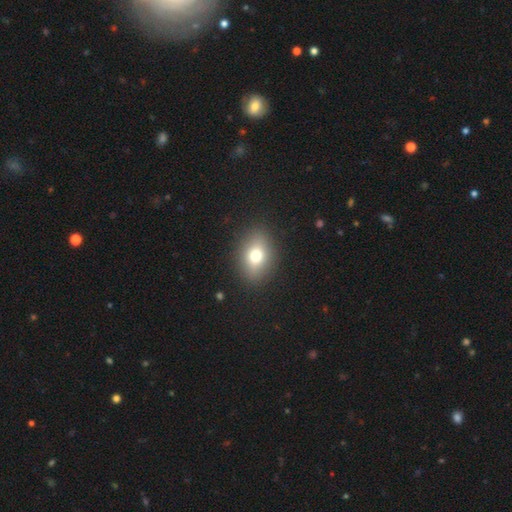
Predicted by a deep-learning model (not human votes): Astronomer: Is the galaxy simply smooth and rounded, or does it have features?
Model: smooth — 75%.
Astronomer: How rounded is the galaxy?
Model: in between — 71%.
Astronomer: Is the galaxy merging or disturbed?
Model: none — 88%.